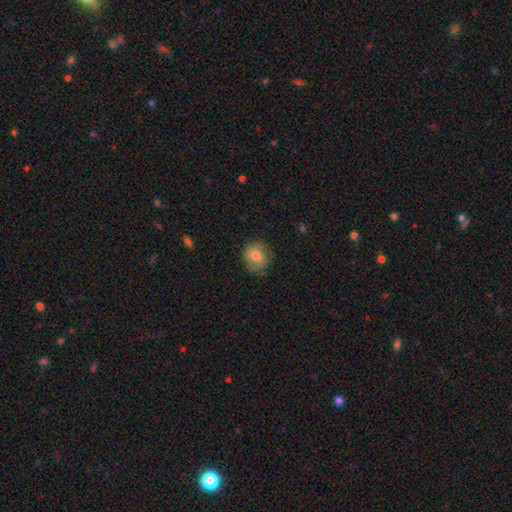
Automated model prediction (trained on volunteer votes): A smooth galaxy with no disk features (69%) that is round (79%). Merging: none (75%).